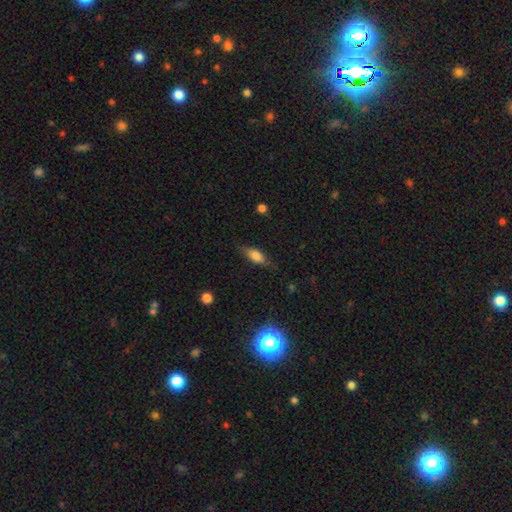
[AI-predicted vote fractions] Morphology: type=smooth (67%); roundness=in between (71%); merging=none (75%).